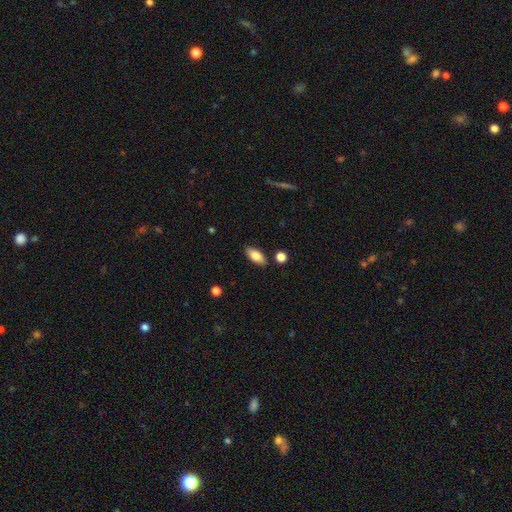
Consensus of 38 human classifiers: Smooth or featured?
  - smooth: 84% *
  - featured or disk: 11%
  - star or artifact: 5%
How rounded?
  - in between: 94% *
  - cigar-shaped: 6%
  - round: 0%
Merging?
  - none: 89% *
  - minor disturbance: 6%
  - major disturbance: 3%
  - merger: 3%